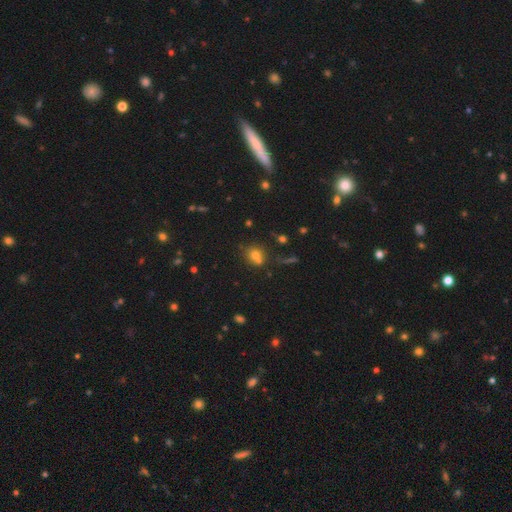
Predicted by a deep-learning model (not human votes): A smooth galaxy with no disk features (70%) that is round (68%). Merging: none (53%).